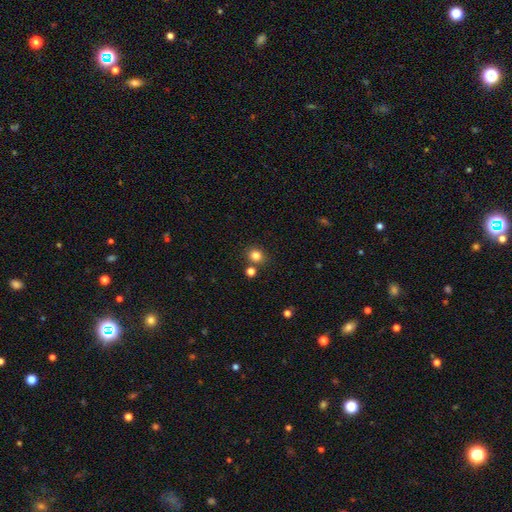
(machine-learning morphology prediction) A smooth galaxy with no disk features (82%) that is round (77%). Merging: none (78%).